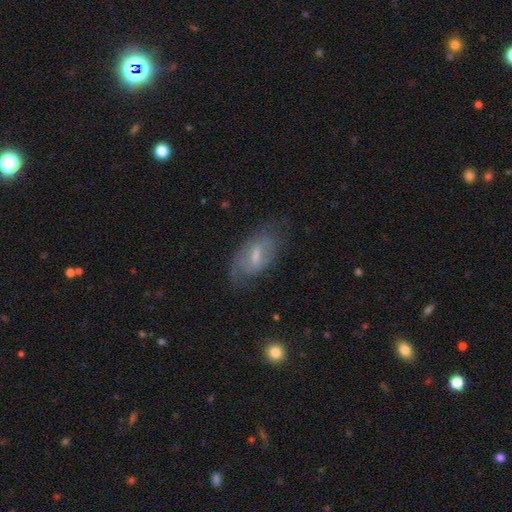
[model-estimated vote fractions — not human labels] featured or disk 58%, smooth 34%, star or artifact 8%. Down the decision tree: edge-on disk — no (90%); bar — weak (55%); spiral arms — yes (67%); bulge size — moderate (42%); merging — none (60%).